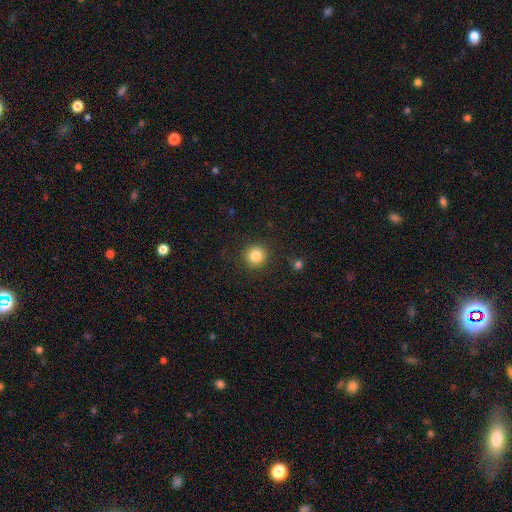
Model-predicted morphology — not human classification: Overall: smooth (84%). How rounded: round (94%). Merging: none (90%).